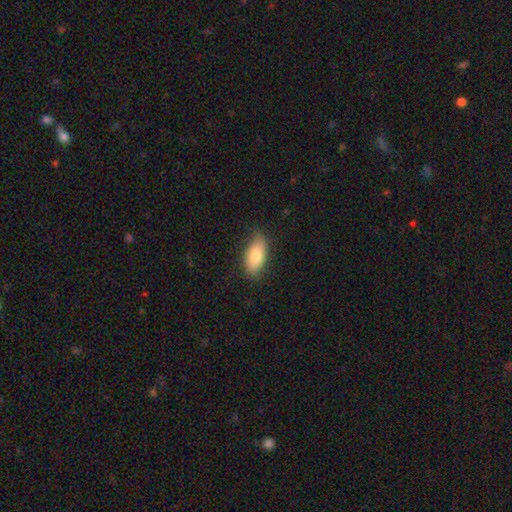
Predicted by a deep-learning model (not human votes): A smooth galaxy with no disk features (76%) that is in between round and cigar-shaped (88%). Merging: none (78%).